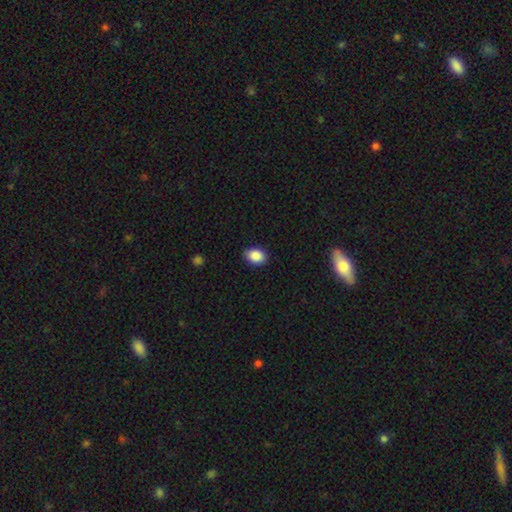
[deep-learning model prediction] A smooth galaxy with no disk features (89%) that is in between round and cigar-shaped (71%).

Vote fractions:
- Smooth or featured? smooth: 89% / star or artifact: 8% / featured or disk: 3%
- How rounded? in between: 71% / round: 28% / cigar-shaped: 1%
- Merging? none: 84% / minor disturbance: 12% / major disturbance: 2% / merger: 1%